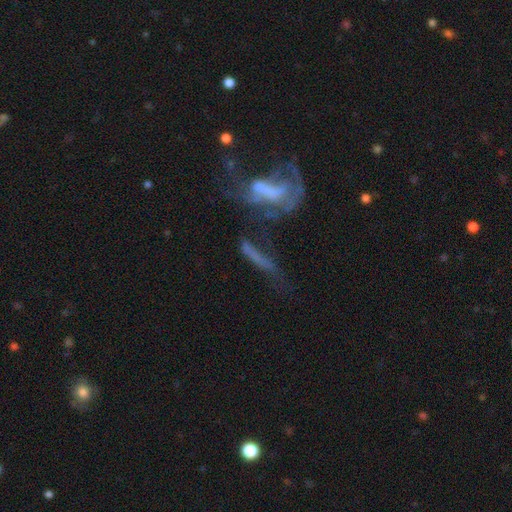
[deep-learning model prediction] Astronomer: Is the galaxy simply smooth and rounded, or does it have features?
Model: featured or disk — 48% (runner-up: smooth, 34%).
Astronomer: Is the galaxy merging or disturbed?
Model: merger — 31% (runner-up: none, 28%).